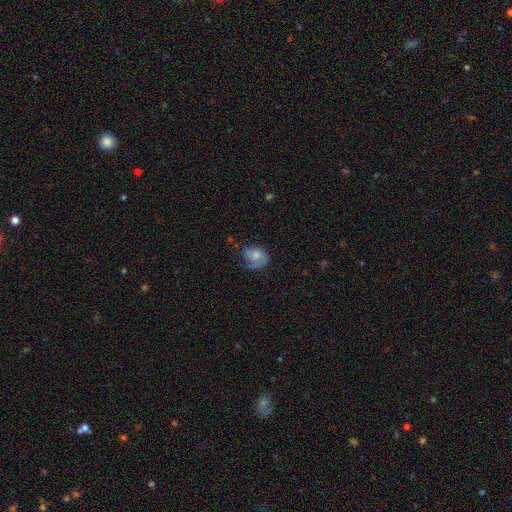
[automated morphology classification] The model was most divided on "smooth or featured": smooth: 50%, featured or disk: 42%, star or artifact: 8%. Remaining: merging — none (42%).